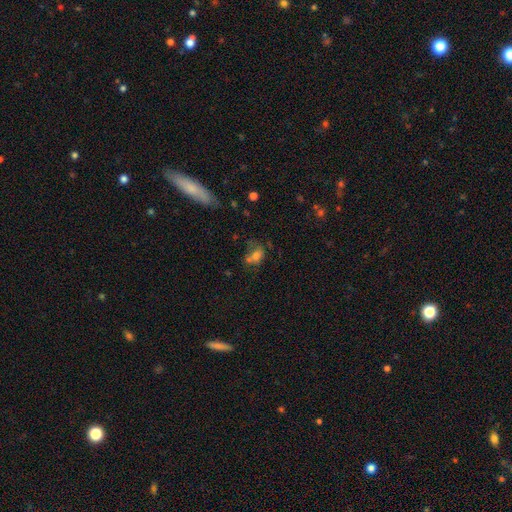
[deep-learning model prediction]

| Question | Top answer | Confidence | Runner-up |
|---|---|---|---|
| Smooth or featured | smooth | 63% | featured or disk (21%) |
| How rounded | in between | 67% | round (31%) |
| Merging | none | 33% | merger (29%) |